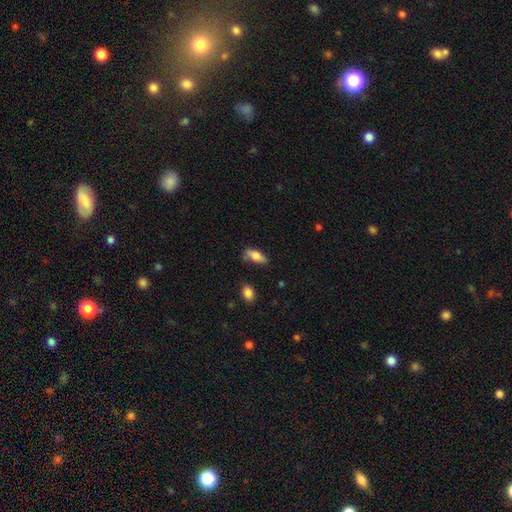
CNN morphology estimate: Smooth or featured? Predicted: smooth (p=0.79). How rounded? Predicted: in between (p=0.78). Merging? Predicted: none (p=0.68).